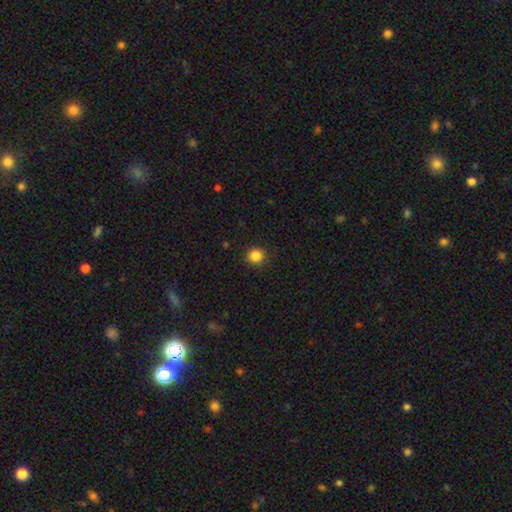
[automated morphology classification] A smooth galaxy with no disk features (85%) that is round (91%). Merging: none (92%).